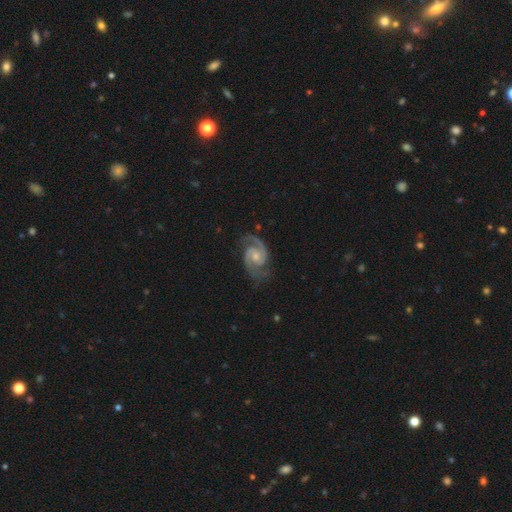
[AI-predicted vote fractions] smooth-or-featured: featured or disk: 93% | star or artifact: 4% | smooth: 3%
  disk-edge-on: no: 98% | yes: 2%
    bar: no: 58% | weak: 35% | strong: 7%
    has-spiral-arms: yes: 99% | no: 1%
      spiral-winding: medium: 54% | tight: 37% | loose: 9%
      spiral-arm-count: 2: 93% | 3: 2% | can't tell: 2% | 1: 1% | 4: 1% | more than 4: 1%
    bulge-size: moderate: 48% | small: 43% | none: 5% | large: 2% | dominant: 1%
  merging: none: 77% | minor disturbance: 16% | major disturbance: 5% | merger: 1%